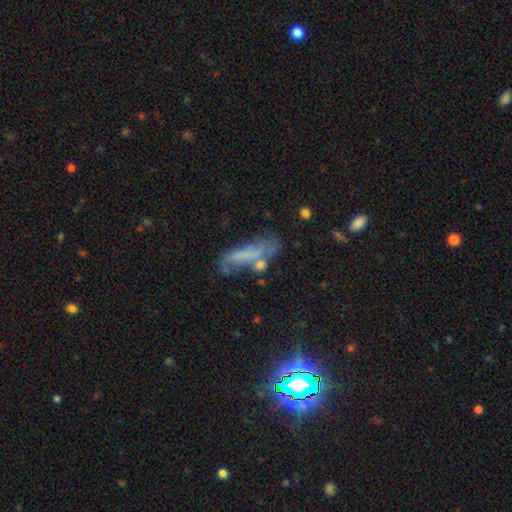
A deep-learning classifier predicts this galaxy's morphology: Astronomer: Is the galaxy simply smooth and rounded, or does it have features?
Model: smooth — 49% (runner-up: featured or disk, 40%).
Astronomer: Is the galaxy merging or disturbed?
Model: none — 36% (runner-up: minor disturbance, 25%).